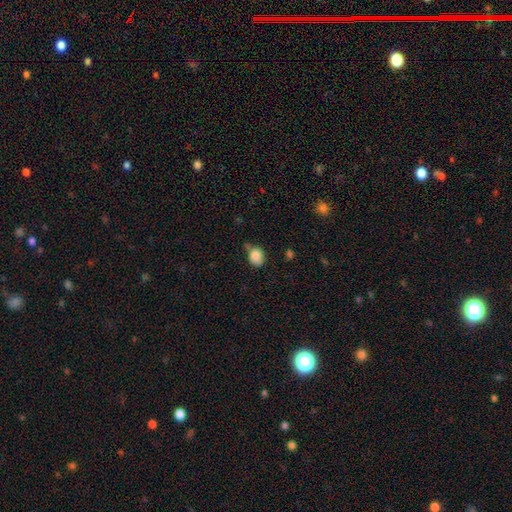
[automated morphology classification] This appears to be a smooth galaxy with no disk features (86%) that is round (59%). Merging: none (57%).